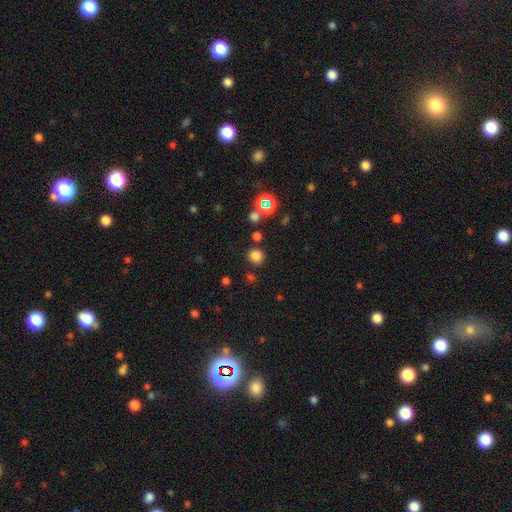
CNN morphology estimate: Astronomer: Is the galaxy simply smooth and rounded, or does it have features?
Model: smooth — 76%.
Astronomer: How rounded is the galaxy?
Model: round — 92%.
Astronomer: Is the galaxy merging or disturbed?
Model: none — 85%.